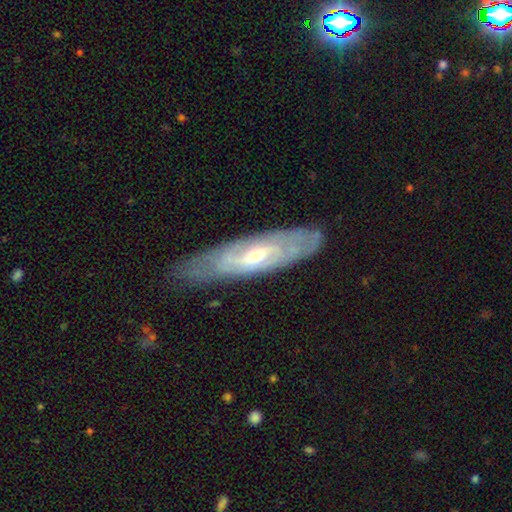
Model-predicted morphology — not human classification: This is likely a featured or disk galaxy (76%). It is likely not viewed edge-on (71%). Bar: marginally weak (43%). Spiral arm pattern: likely yes (76%). Central bulge: possibly moderate (51%). Merging: likely none (73%).